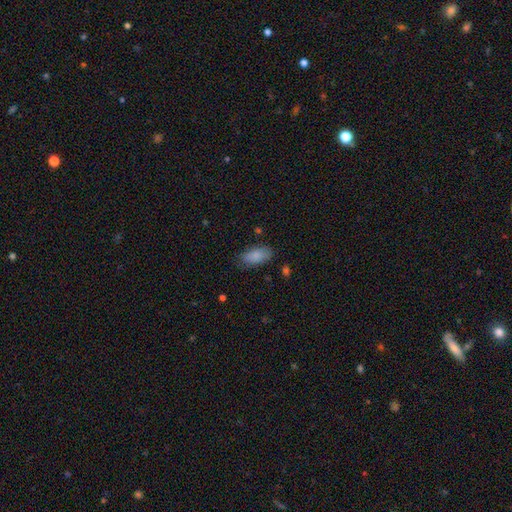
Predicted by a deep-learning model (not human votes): Smooth or featured? smooth (86%)
How rounded? in between (91%)
Merging? none (76%)